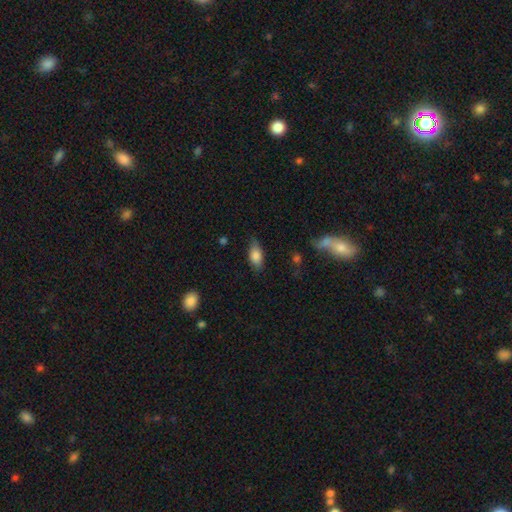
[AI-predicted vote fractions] This appears to be a smooth galaxy with no disk features (82%) that is in between round and cigar-shaped (87%). Merging: none (72%).